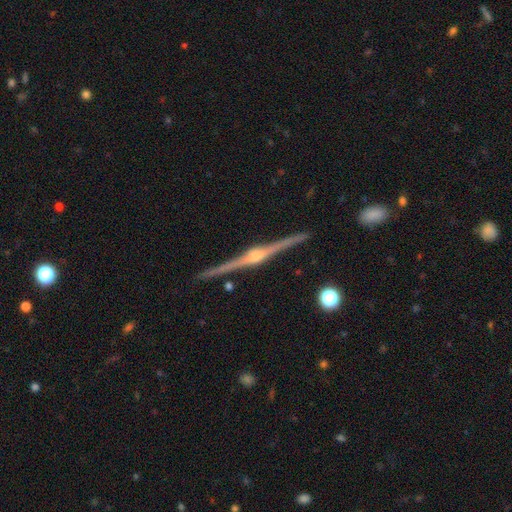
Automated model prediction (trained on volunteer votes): Q: Smooth or featured?
A: featured or disk (90%); runner-up: smooth (5%)
Q: Edge-on disk?
A: yes (99%); runner-up: no (1%)
Q: Edge-on bulge?
A: rounded (91%); runner-up: boxy (6%)
Q: Merging?
A: none (92%); runner-up: minor disturbance (6%)